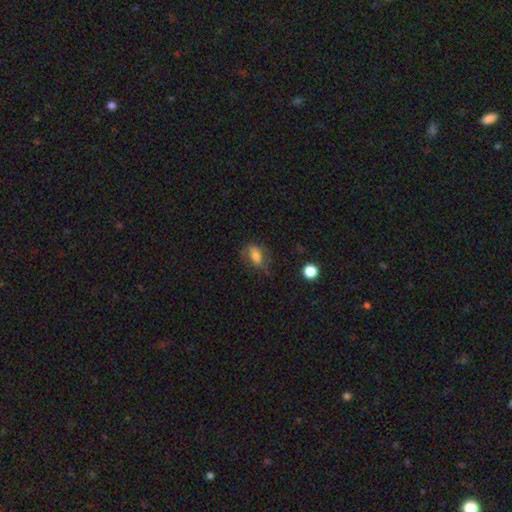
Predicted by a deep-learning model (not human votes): Smooth or featured: smooth — 69% (featured or disk — 21%)
How rounded: in between — 82% (round — 14%)
Merging: none — 56% (minor disturbance — 26%)